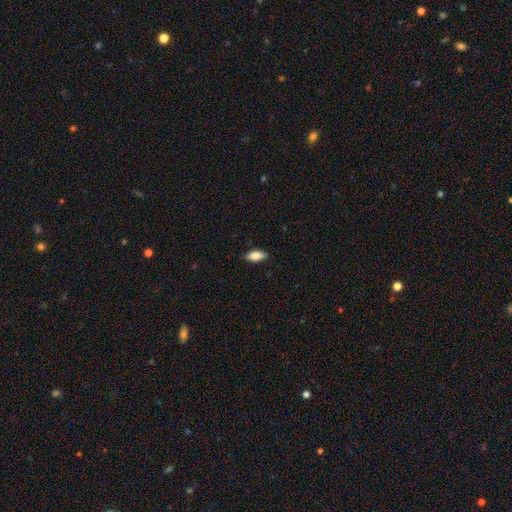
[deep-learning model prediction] Smooth or featured? smooth (83%)
How rounded? in between (84%)
Merging? none (86%)